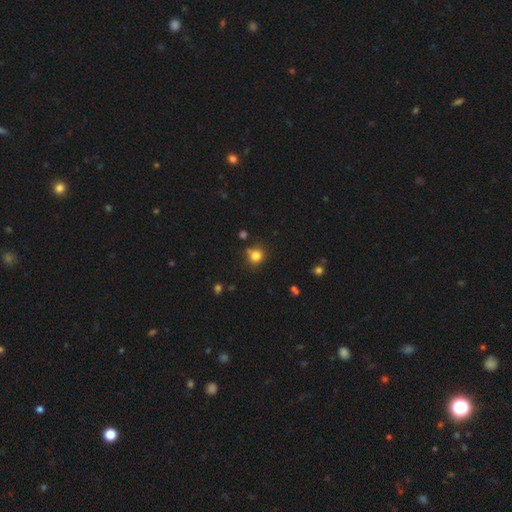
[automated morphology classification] Smooth or featured: smooth — 80% (star or artifact — 13%)
How rounded: round — 84% (in between — 15%)
Merging: none — 71% (minor disturbance — 18%)